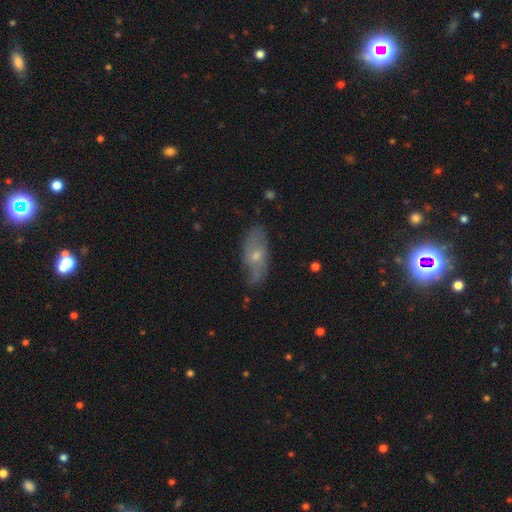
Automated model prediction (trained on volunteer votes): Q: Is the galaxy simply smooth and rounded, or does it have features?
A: featured or disk — 52%.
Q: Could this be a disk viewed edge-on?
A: no — 84%.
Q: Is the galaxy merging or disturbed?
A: none — 66%.